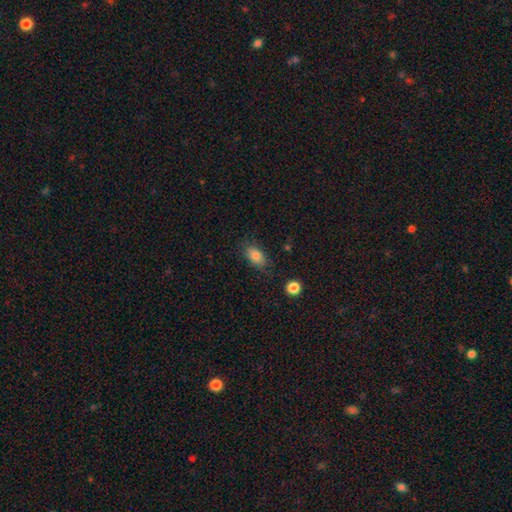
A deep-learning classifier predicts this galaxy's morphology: A smooth galaxy with no disk features (81%) that is in between round and cigar-shaped (86%). Merging: none (76%).